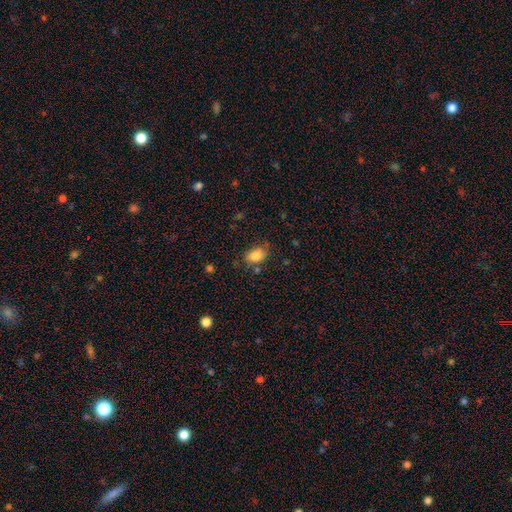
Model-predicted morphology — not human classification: This appears to be a smooth galaxy with no disk features (84%) that is in between round and cigar-shaped (78%). Merging: none (73%).